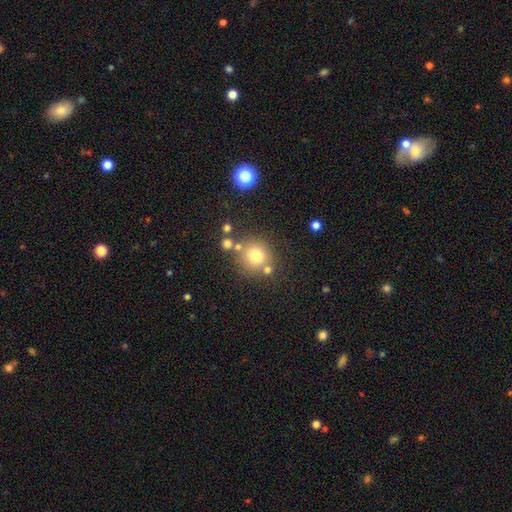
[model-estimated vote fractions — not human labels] Smooth or featured?
  - smooth: 74% *
  - star or artifact: 14%
  - featured or disk: 12%
How rounded?
  - round: 90% *
  - in between: 9%
  - cigar-shaped: 1%
Merging?
  - none: 72% *
  - merger: 13%
  - minor disturbance: 11%
  - major disturbance: 4%